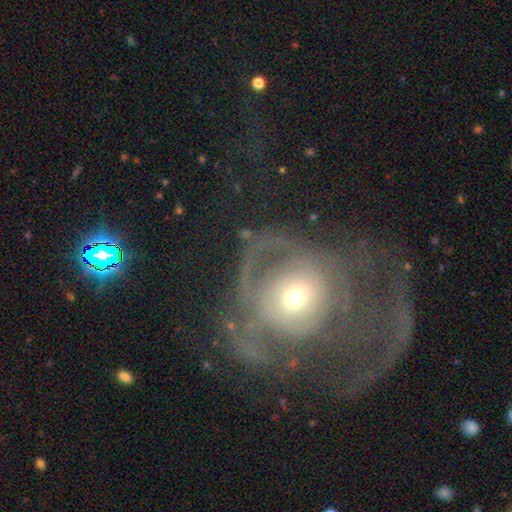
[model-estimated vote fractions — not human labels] Morphology: type=featured or disk (67%); edge-on=no (96%); bar=no (80%); spiral arms=yes (51%); bulge=moderate (47%); merging=major disturbance (60%).